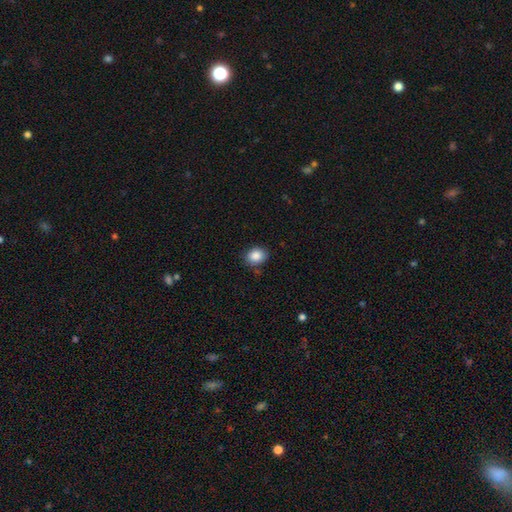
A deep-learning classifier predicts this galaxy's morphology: Overall: smooth (87%). How rounded: round (53%; in between 46%). Merging: none (83%).